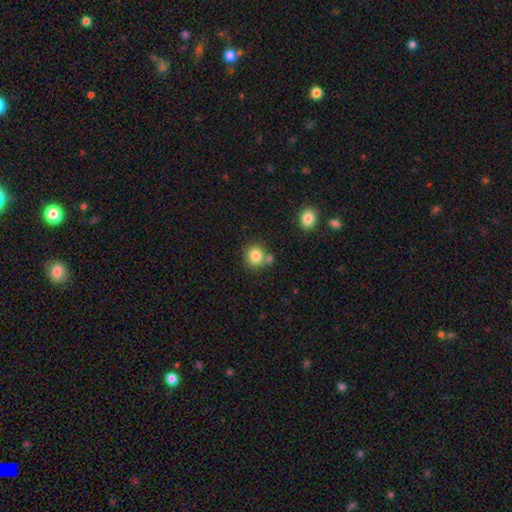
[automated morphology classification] Smooth or featured?
  - smooth: 83% *
  - star or artifact: 10%
  - featured or disk: 7%
How rounded?
  - round: 86% *
  - in between: 13%
  - cigar-shaped: 1%
Merging?
  - none: 68% *
  - merger: 19%
  - minor disturbance: 11%
  - major disturbance: 3%